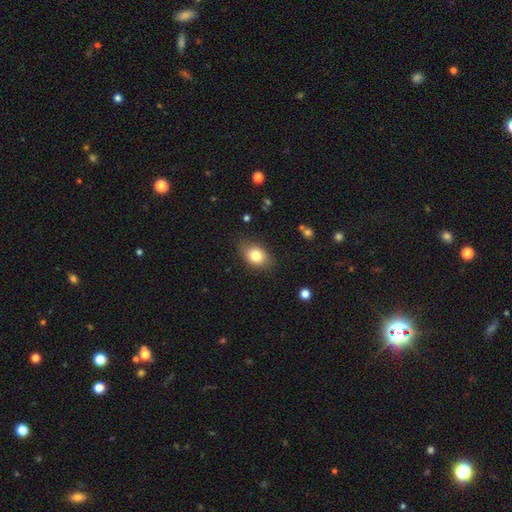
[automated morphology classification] This is clearly a smooth galaxy (81%). How rounded: likely in between (75%). Merging: likely none (80%).